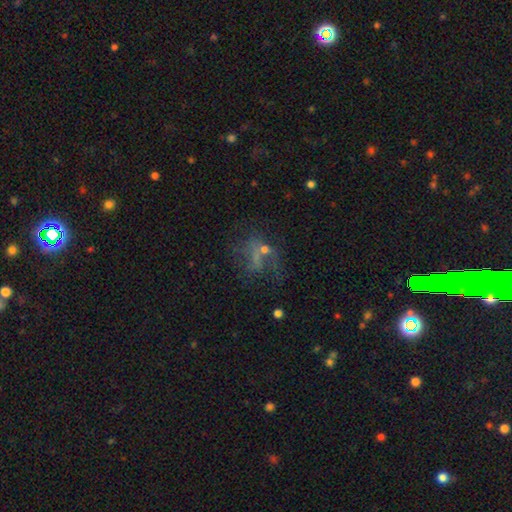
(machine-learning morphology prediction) The model was most divided on "merging": none: 40%, major disturbance: 35%, minor disturbance: 17%, merger: 8%. Remaining: smooth or featured — featured or disk (38%).